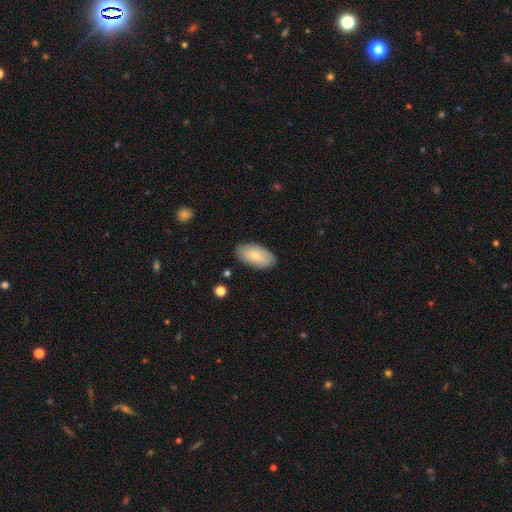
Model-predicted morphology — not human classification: Overall: smooth (76%). How rounded: in between (95%). Merging: none (85%).